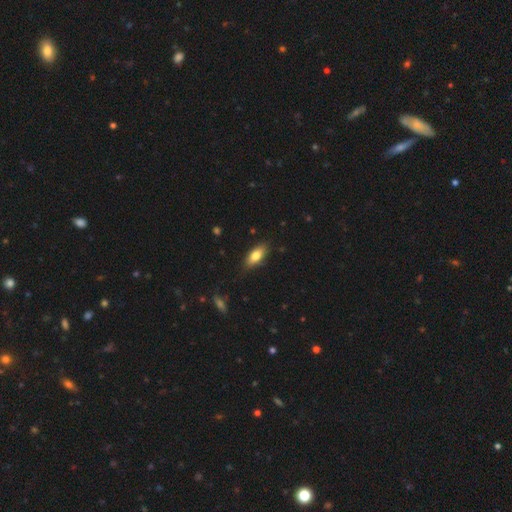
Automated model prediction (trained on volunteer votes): Smooth or featured? smooth (77%)
How rounded? in between (80%)
Merging? none (82%)